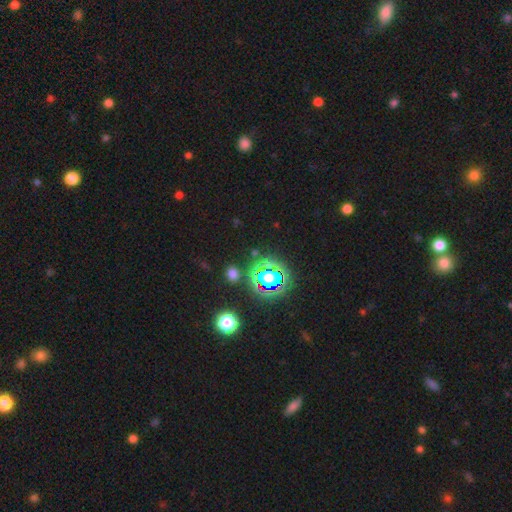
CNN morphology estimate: Smooth or featured? star or artifact (68%)